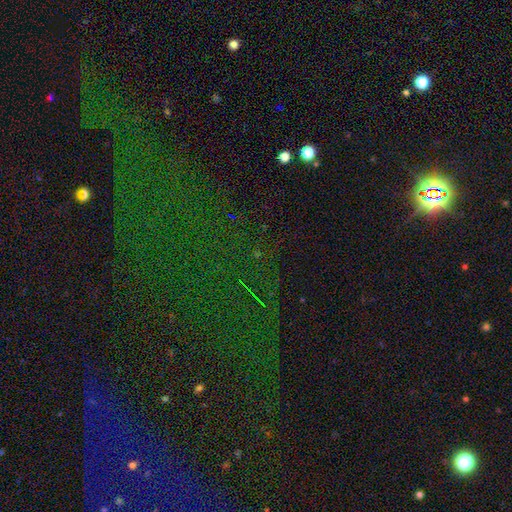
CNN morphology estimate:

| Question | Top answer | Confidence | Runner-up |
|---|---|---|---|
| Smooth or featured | star or artifact | 79% | smooth (12%) |